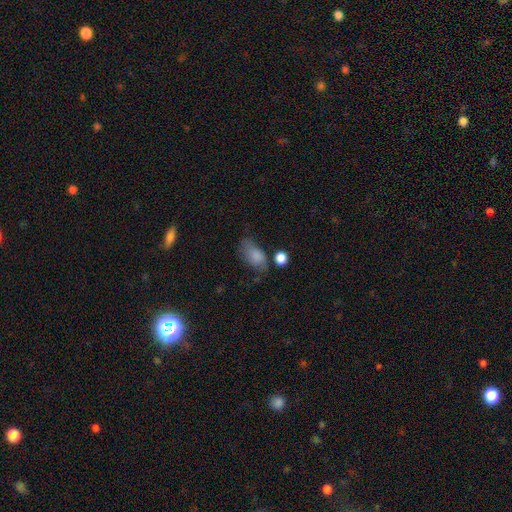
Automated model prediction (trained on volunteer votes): Smooth or featured: smooth — 81% (featured or disk — 10%)
How rounded: in between — 89% (round — 7%)
Merging: none — 49% (minor disturbance — 30%)